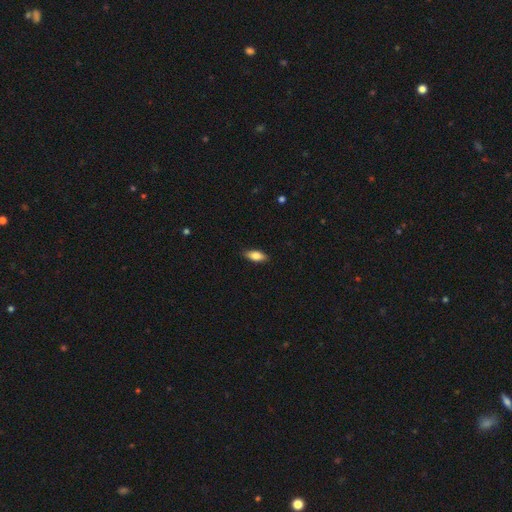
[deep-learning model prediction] Q: Smooth or featured?
A: smooth (79%); runner-up: featured or disk (14%)
Q: How rounded?
A: in between (81%); runner-up: cigar-shaped (16%)
Q: Merging?
A: none (87%); runner-up: minor disturbance (10%)